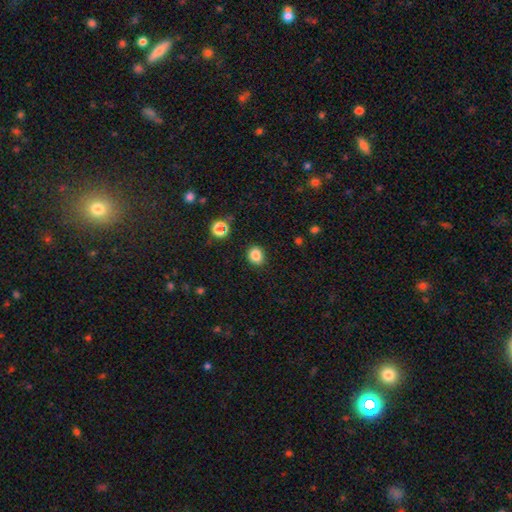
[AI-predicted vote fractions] Overall: smooth (84%). How rounded: round (65%; in between 34%). Merging: none (87%).